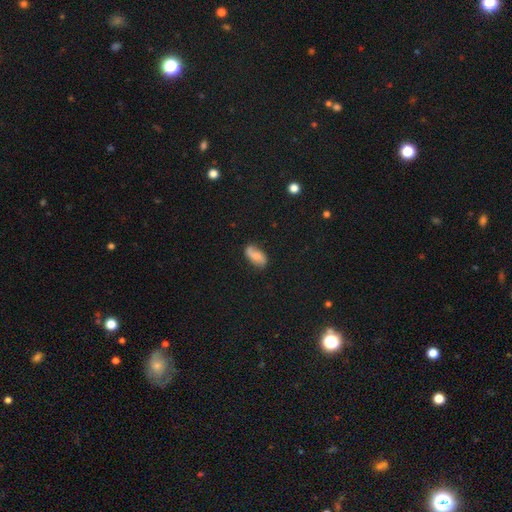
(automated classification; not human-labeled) This is possibly a smooth galaxy (57%). How rounded: clearly in between (89%). Merging: likely none (69%).